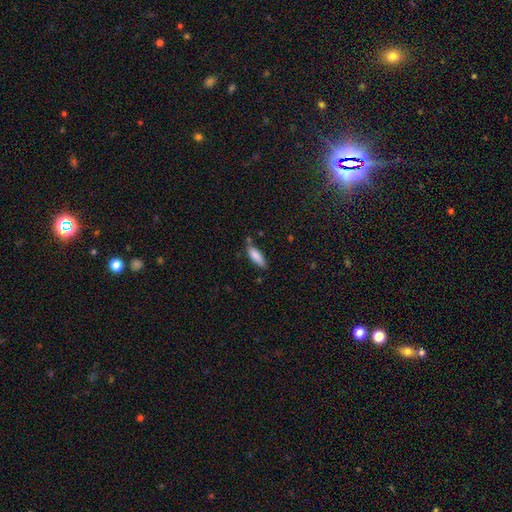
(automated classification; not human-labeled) Q: Smooth or featured?
A: smooth (84%); runner-up: featured or disk (10%)
Q: How rounded?
A: in between (50%); runner-up: cigar-shaped (48%)
Q: Merging?
A: none (65%); runner-up: minor disturbance (24%)